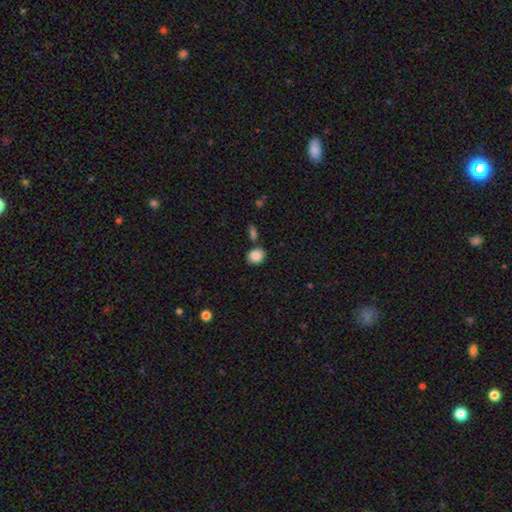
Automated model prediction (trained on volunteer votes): Smooth or featured?
  - smooth: 86% *
  - star or artifact: 8%
  - featured or disk: 6%
How rounded?
  - round: 56% *
  - in between: 43%
  - cigar-shaped: 1%
Merging?
  - none: 75% *
  - minor disturbance: 12%
  - merger: 10%
  - major disturbance: 3%